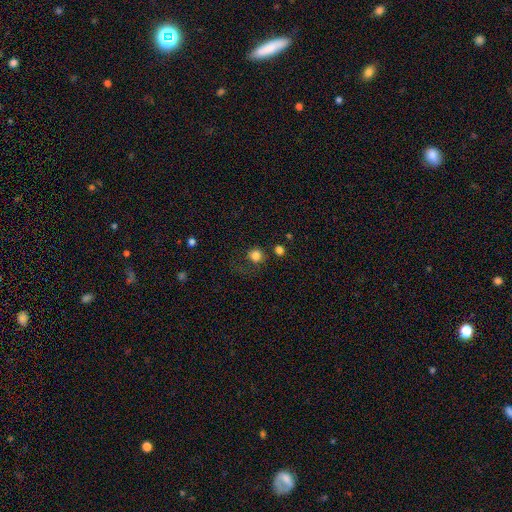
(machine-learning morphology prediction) smooth-or-featured: smooth: 81% | star or artifact: 13% | featured or disk: 6%
  how-rounded: round: 89% | in between: 10% | cigar-shaped: 1%
  merging: none: 66% | minor disturbance: 15% | major disturbance: 12% | merger: 7%